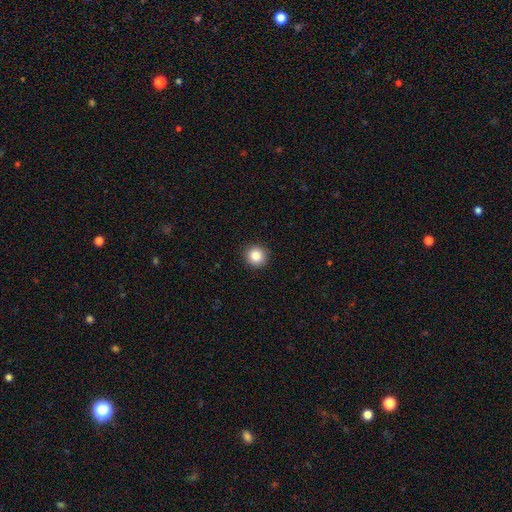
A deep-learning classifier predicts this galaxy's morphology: smooth-or-featured: smooth: 86% | star or artifact: 10% | featured or disk: 5%
  how-rounded: round: 93% | in between: 6% | cigar-shaped: 1%
  merging: none: 93% | minor disturbance: 5% | major disturbance: 2% | merger: 1%